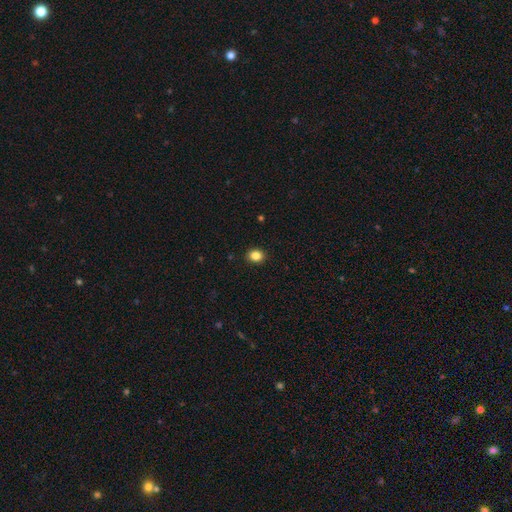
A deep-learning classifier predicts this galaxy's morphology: Smooth or featured: smooth — 85% (star or artifact — 11%)
How rounded: round — 64% (in between — 35%)
Merging: none — 91% (minor disturbance — 6%)